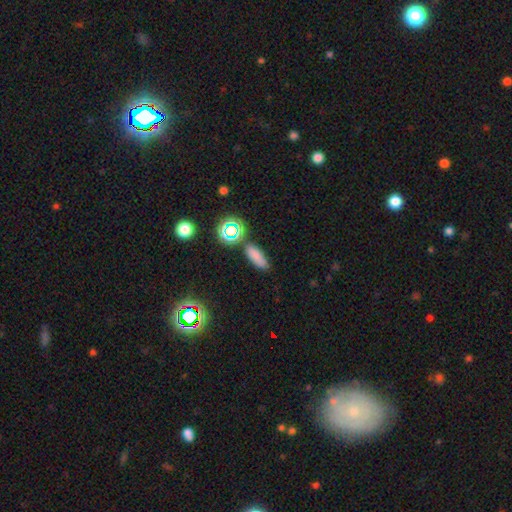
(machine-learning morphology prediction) Overall: smooth (74%). How rounded: in between (69%). Merging: none (78%).